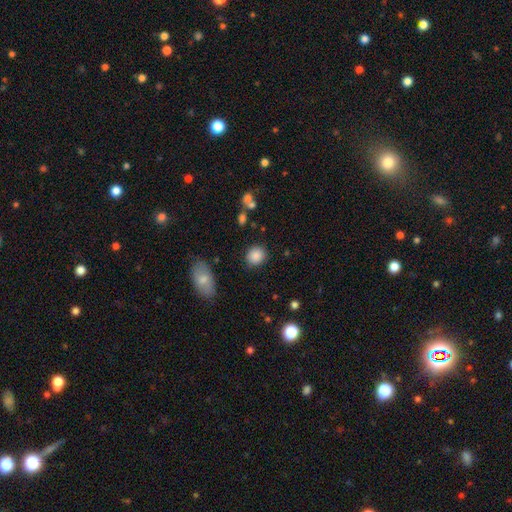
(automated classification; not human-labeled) Smooth or featured?
  - smooth: 86% *
  - star or artifact: 9%
  - featured or disk: 5%
How rounded?
  - round: 77% *
  - in between: 22%
  - cigar-shaped: 1%
Merging?
  - none: 85% *
  - minor disturbance: 9%
  - major disturbance: 3%
  - merger: 2%